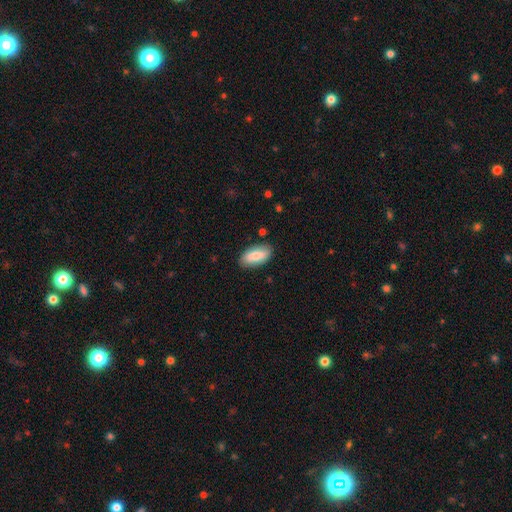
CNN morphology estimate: Overall: smooth (77%). How rounded: in between (91%). Merging: none (85%).